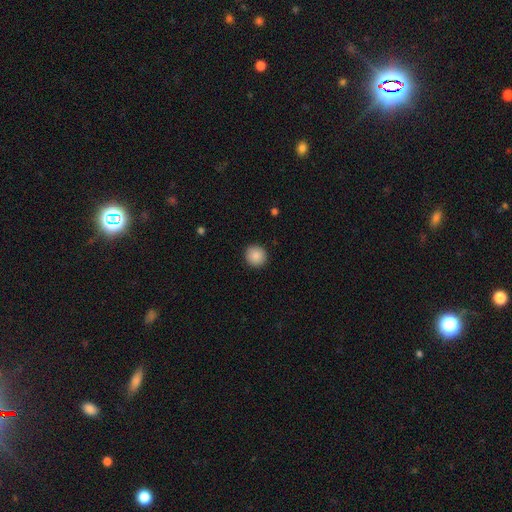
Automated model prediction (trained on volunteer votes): smooth-or-featured: smooth: 88% | star or artifact: 8% | featured or disk: 4%
  how-rounded: round: 93% | in between: 6% | cigar-shaped: 1%
  merging: none: 92% | minor disturbance: 5% | major disturbance: 2% | merger: 1%